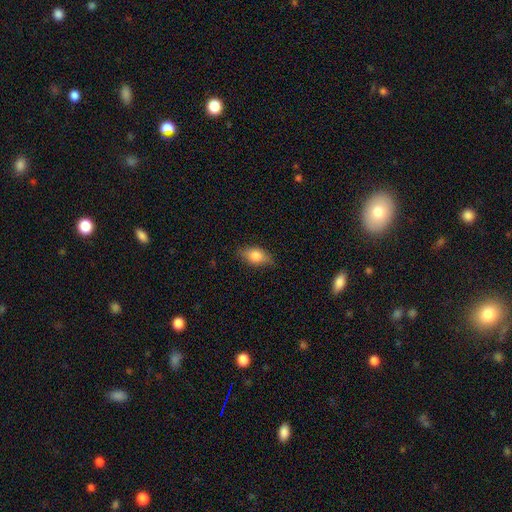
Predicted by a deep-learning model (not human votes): Smooth or featured: smooth — 76% (featured or disk — 16%)
How rounded: in between — 85% (round — 8%)
Merging: none — 80% (minor disturbance — 16%)